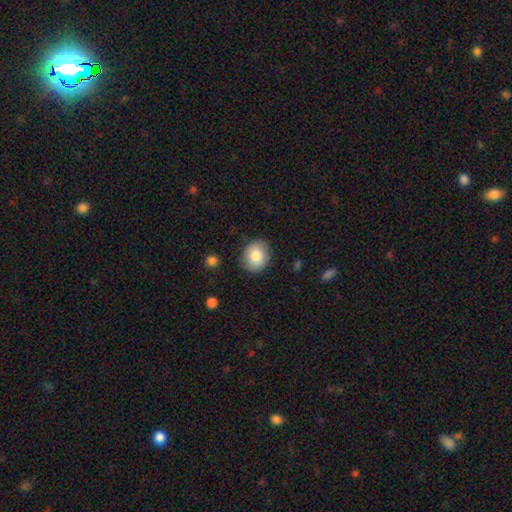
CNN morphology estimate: This is clearly a smooth galaxy (81%). How rounded: likely round (65%). Merging: clearly none (86%).